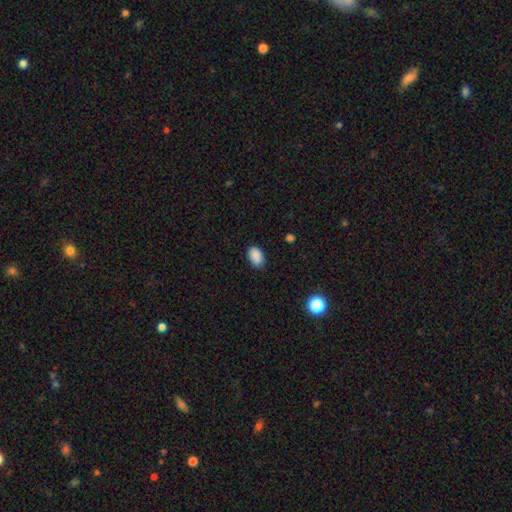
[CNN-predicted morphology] smooth-or-featured: smooth: 87% | star or artifact: 8% | featured or disk: 4%
  how-rounded: in between: 87% | round: 12% | cigar-shaped: 1%
  merging: none: 80% | minor disturbance: 15% | major disturbance: 3% | merger: 1%